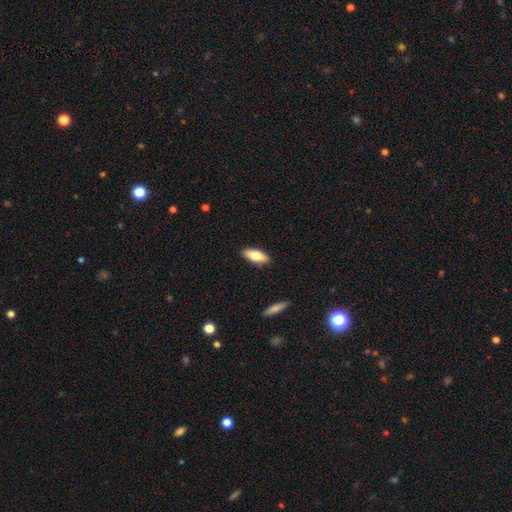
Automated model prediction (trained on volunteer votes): A smooth galaxy with no disk features (74%) that is in between round and cigar-shaped (79%). Merging: none (89%).